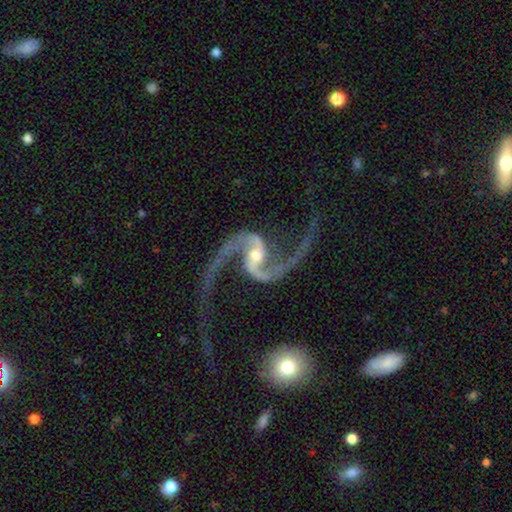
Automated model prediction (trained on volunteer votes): This is clearly a featured or disk galaxy (94%). It is clearly not viewed edge-on (98%). Bar: marginally weak (39%). Spiral arm pattern: clearly yes (98%). Spiral arm count: clearly 2 (95%). Spiral winding: clearly loose (85%). Central bulge: likely moderate (66%). Merging: likely none (67%).